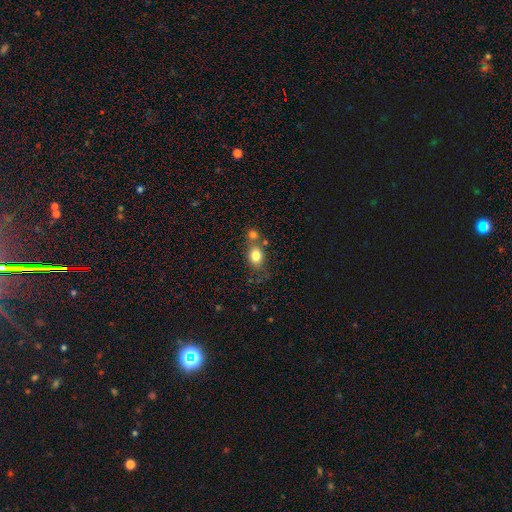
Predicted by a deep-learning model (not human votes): This is clearly a smooth galaxy (80%). How rounded: possibly in between (56%). Merging: possibly none (53%).